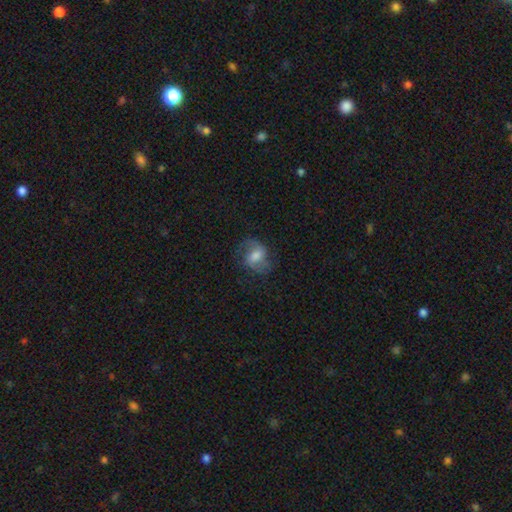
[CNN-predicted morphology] Q: Smooth or featured?
A: featured or disk (57%); runner-up: smooth (34%)
Q: Edge-on disk?
A: no (97%); runner-up: yes (3%)
Q: Bar?
A: weak (50%); runner-up: no (30%)
Q: Spiral arms?
A: yes (88%); runner-up: no (12%)
Q: Bulge size?
A: moderate (45%); runner-up: large (23%)
Q: Merging?
A: none (65%); runner-up: minor disturbance (20%)